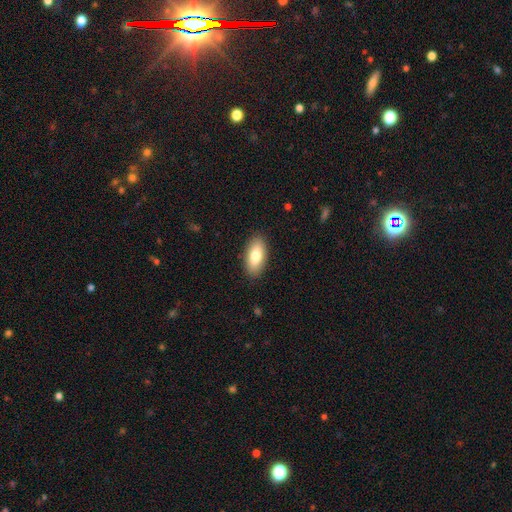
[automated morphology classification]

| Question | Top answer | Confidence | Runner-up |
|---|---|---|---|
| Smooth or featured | smooth | 79% | featured or disk (14%) |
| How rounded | in between | 90% | cigar-shaped (7%) |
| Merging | none | 89% | minor disturbance (8%) |